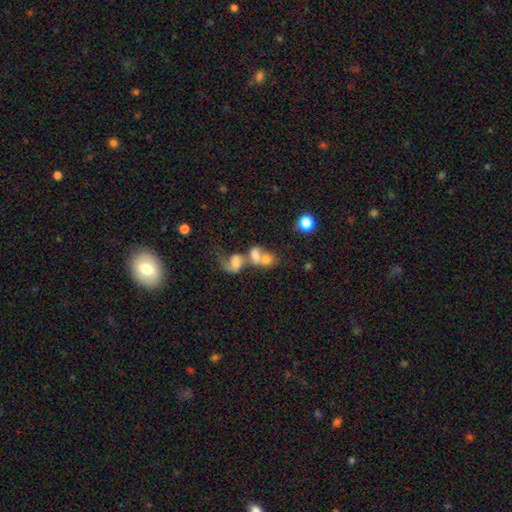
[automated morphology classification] Smooth or featured: smooth — 53% (featured or disk — 35%)
How rounded: in between — 60% (round — 37%)
Merging: merger — 73% (major disturbance — 11%)